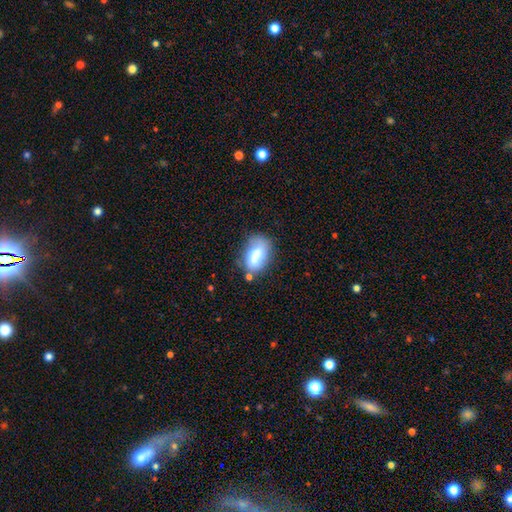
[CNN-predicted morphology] Smooth or featured? smooth (74%)
How rounded? in between (89%)
Merging? none (53%)